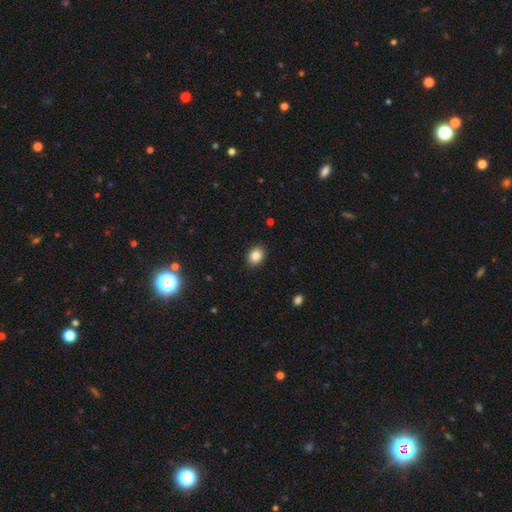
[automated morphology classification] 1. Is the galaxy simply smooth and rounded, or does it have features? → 85% smooth, 10% star or artifact, 5% featured or disk.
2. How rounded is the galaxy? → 50% in between, 49% round, 1% cigar-shaped.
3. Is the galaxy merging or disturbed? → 90% none, 7% minor disturbance, 2% major disturbance, 1% merger.